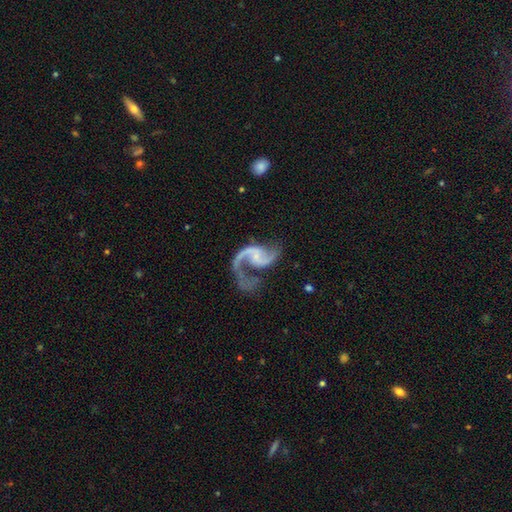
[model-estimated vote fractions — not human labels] The model was most divided on "bar": no: 48%, weak: 39%, strong: 12%. More confident: edge-on disk — no (98%); spiral arms — yes (97%); smooth or featured — featured or disk (92%); spiral arm count — 2 (86%); spiral winding — loose (68%); bulge size — small (59%); merging — none (50%).